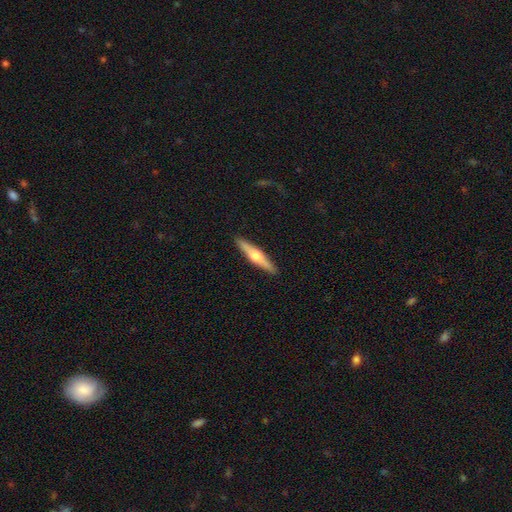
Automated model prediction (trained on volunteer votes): Smooth or featured?
  - featured or disk: 60% *
  - smooth: 35%
  - star or artifact: 5%
Edge-on disk?
  - yes: 96% *
  - no: 4%
Edge-on bulge?
  - rounded: 93% *
  - boxy: 4%
  - none: 3%
Merging?
  - none: 91% *
  - minor disturbance: 6%
  - major disturbance: 1%
  - merger: 1%